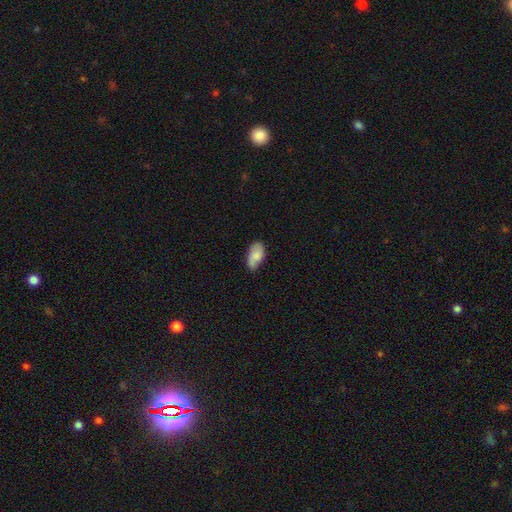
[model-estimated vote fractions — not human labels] Smooth or featured? Predicted: smooth (p=0.75). How rounded? Predicted: in between (p=0.93). Merging? Predicted: none (p=0.64).